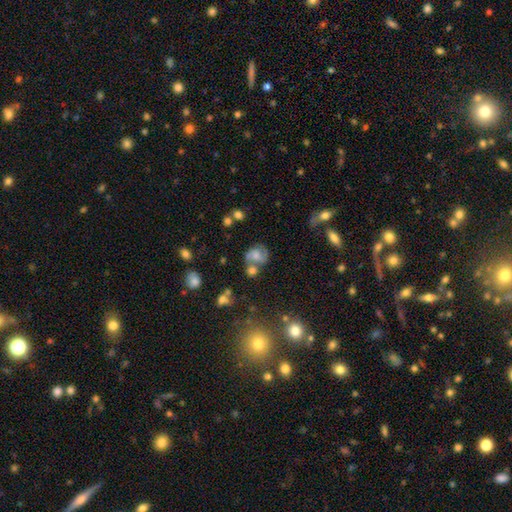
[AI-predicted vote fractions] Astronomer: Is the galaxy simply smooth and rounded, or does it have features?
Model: featured or disk — 44%, tied with smooth at 44%.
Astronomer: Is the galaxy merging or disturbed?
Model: none — 45% (runner-up: merger, 27%).